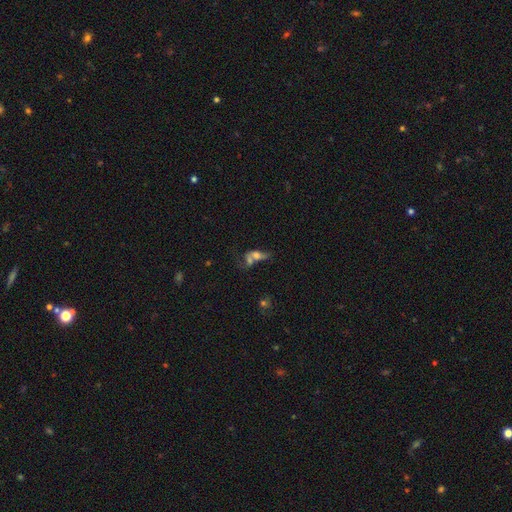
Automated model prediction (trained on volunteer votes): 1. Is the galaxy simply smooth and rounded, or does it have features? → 46% smooth, 36% featured or disk, 17% star or artifact.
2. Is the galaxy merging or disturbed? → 56% merger, 20% none, 15% major disturbance, 10% minor disturbance.